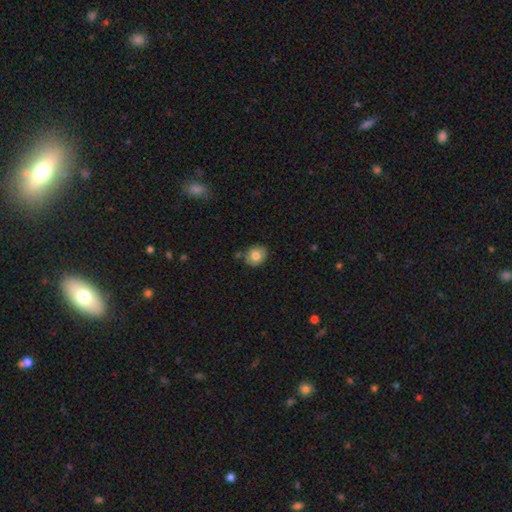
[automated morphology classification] The model was most divided on "how rounded": round: 65%, in between: 34%, cigar-shaped: 1%. More confident: merging — none (76%); smooth or featured — smooth (72%).